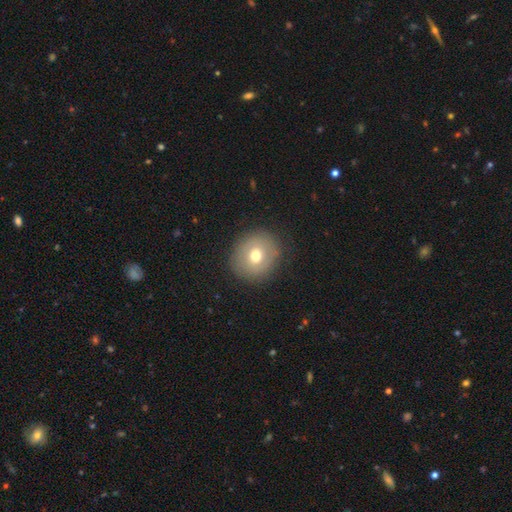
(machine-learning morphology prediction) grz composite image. It shows a smooth galaxy with no disk features (67%) that is round (80%). Merging: none (86%).